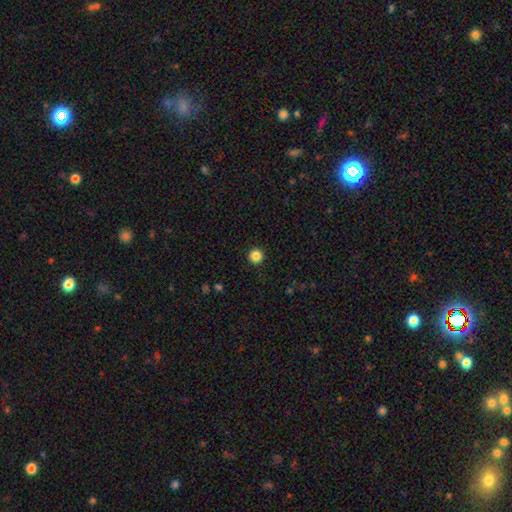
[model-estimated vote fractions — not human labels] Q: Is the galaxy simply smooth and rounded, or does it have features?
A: smooth — 85%.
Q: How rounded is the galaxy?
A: round — 96%.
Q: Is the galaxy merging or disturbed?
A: none — 94%.